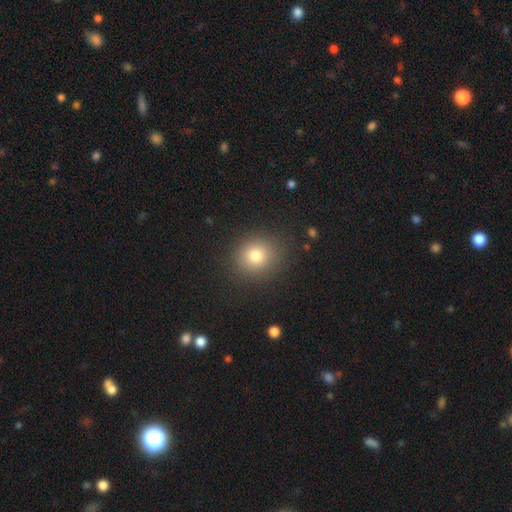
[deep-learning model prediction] smooth 78%, star or artifact 13%, featured or disk 9%. Down the decision tree: how rounded — round (82%); merging — none (87%).